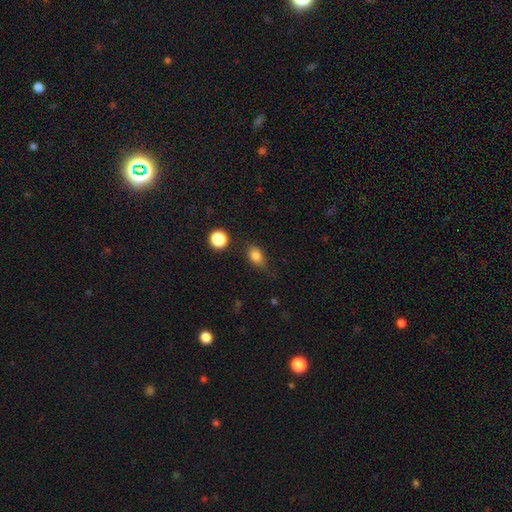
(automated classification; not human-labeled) smooth-or-featured: smooth: 82% | star or artifact: 10% | featured or disk: 7%
  how-rounded: in between: 75% | round: 21% | cigar-shaped: 4%
  merging: none: 69% | minor disturbance: 22% | major disturbance: 6% | merger: 3%